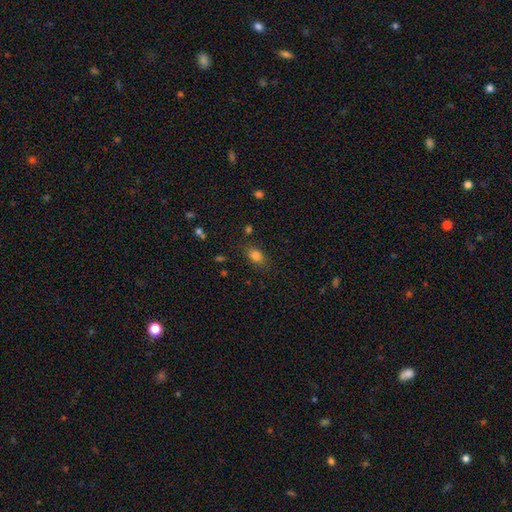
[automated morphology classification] Q: Smooth or featured?
A: smooth (80%); runner-up: star or artifact (12%)
Q: How rounded?
A: in between (80%); runner-up: round (17%)
Q: Merging?
A: none (80%); runner-up: minor disturbance (14%)